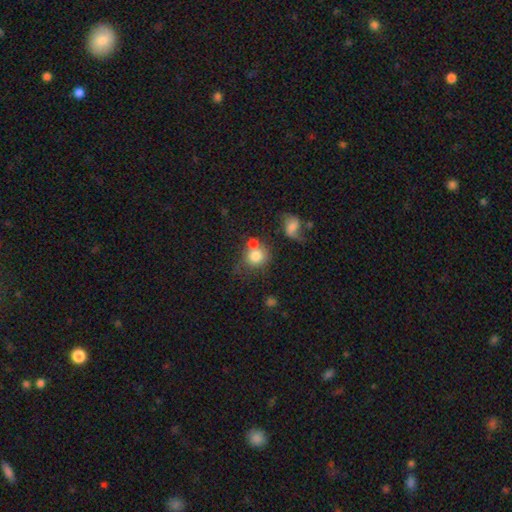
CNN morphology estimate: Overall: smooth (78%). How rounded: round (81%). Merging: none (45%; merger 33%).